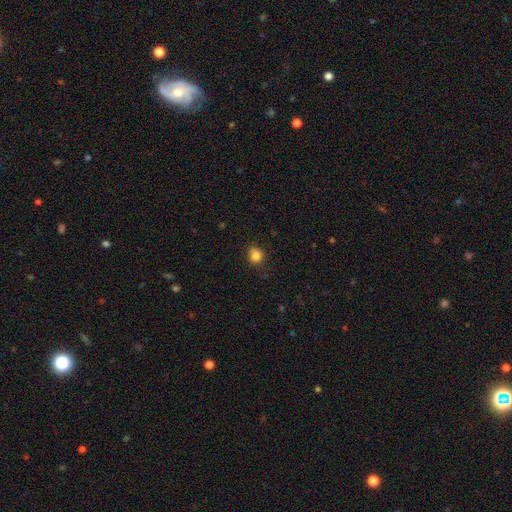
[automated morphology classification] Overall: smooth (83%). How rounded: round (83%). Merging: none (81%).